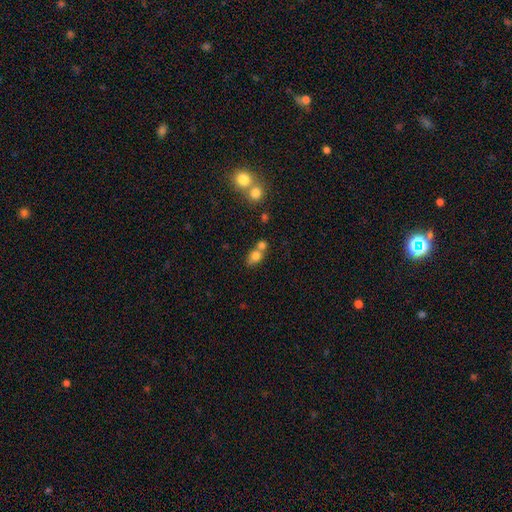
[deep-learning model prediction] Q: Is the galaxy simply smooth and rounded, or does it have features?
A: smooth — 76%.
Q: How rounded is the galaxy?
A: round — 51%.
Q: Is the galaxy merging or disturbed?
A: merger — 47%.